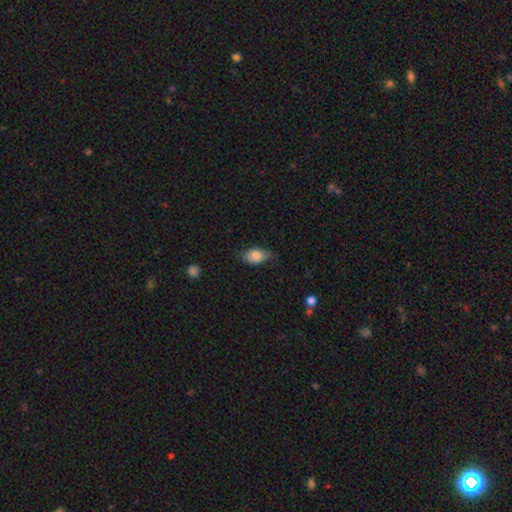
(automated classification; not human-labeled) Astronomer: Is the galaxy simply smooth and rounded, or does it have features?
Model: smooth — 78%.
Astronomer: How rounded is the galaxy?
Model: in between — 85%.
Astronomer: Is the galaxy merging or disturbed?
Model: none — 59%.